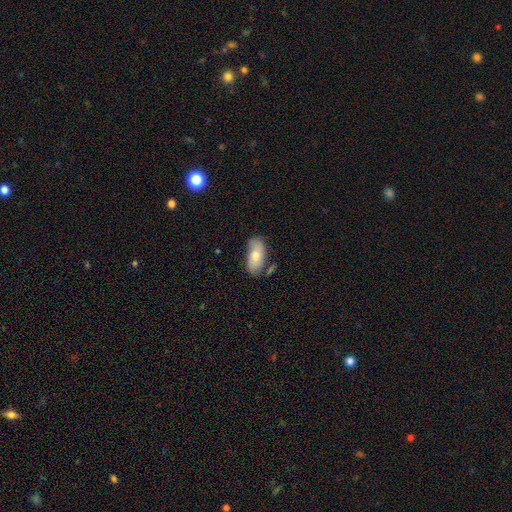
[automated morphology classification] type=smooth (70%); roundness=in between (91%); merging=none (63%).